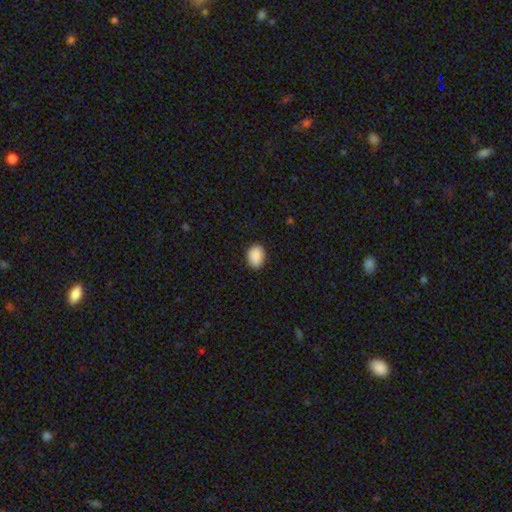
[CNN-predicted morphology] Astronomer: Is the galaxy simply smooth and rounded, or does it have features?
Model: smooth — 90%.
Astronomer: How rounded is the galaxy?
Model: in between — 73%.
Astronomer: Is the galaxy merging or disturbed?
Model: none — 88%.